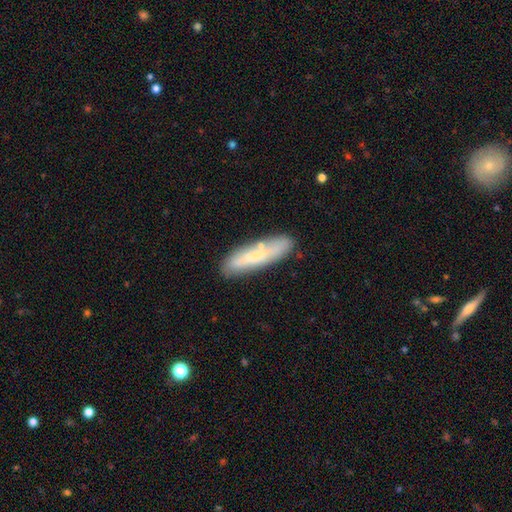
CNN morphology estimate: Smooth or featured: smooth — 58% (featured or disk — 35%)
How rounded: cigar-shaped — 74% (in between — 25%)
Merging: none — 74% (minor disturbance — 16%)